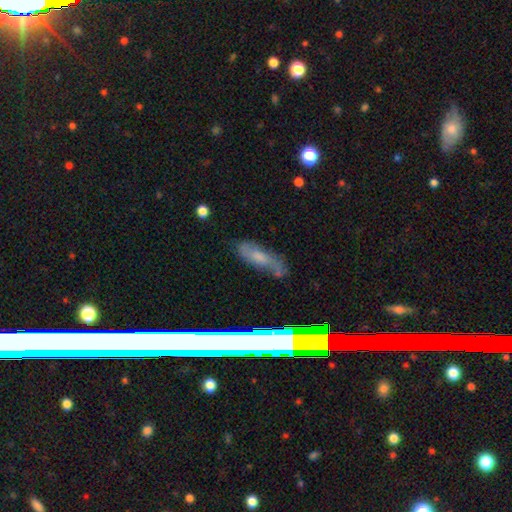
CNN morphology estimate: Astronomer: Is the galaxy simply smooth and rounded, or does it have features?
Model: smooth — 41% (runner-up: featured or disk, 38%).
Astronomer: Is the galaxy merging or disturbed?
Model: none — 74%.